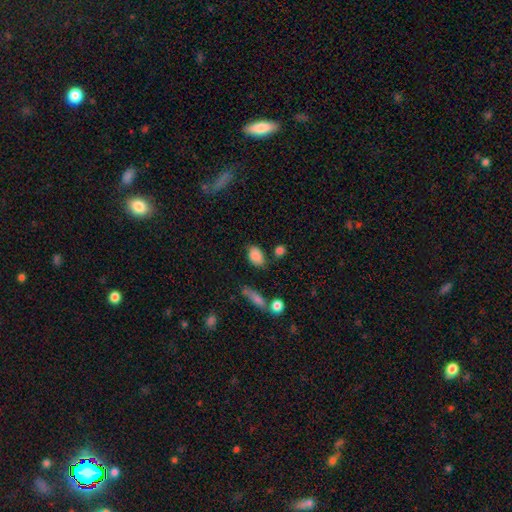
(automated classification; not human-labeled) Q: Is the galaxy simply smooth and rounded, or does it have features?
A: smooth — 85%.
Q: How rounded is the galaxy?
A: in between — 86%.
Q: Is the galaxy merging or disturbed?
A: none — 67%.